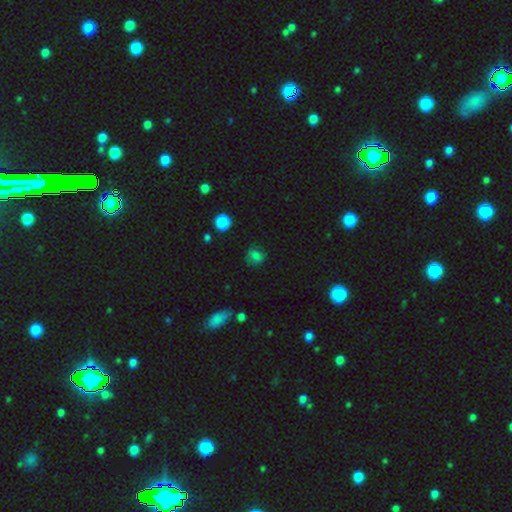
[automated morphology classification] The model was most divided on "merging": none: 66%, minor disturbance: 22%, major disturbance: 9%, merger: 2%. More confident: how rounded — round (72%); smooth or featured — smooth (69%).